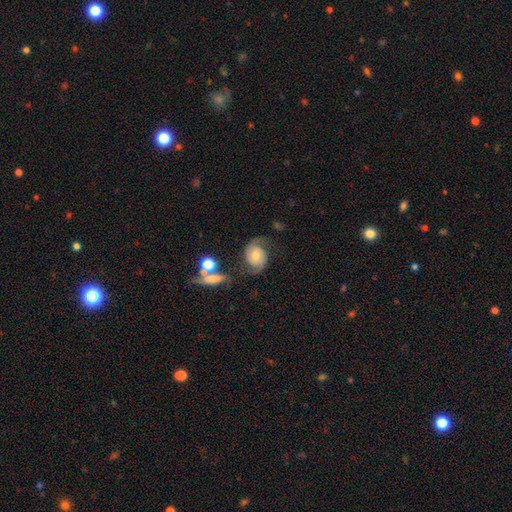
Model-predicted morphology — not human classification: A featured or disk galaxy (75%) with no bar (58%), 2 (90%) medium (48%) spiral arms (95%) and a moderate central bulge (54%).

Vote fractions:
- Smooth or featured? featured or disk: 75% / smooth: 17% / star or artifact: 7%
- Edge-on disk? no: 97% / yes: 3%
- Bar? no: 58% / weak: 33% / strong: 9%
- Spiral arms? yes: 95% / no: 5%
- Spiral winding? medium: 48% / loose: 31% / tight: 22%
- Spiral arm count? 2: 90% / can't tell: 4% / 1: 3% / 3: 1% / 4: 1% / more than 4: 1%
- Bulge size? moderate: 54% / small: 29% / large: 10% / none: 5% / dominant: 2%
- Merging? none: 64% / minor disturbance: 18% / major disturbance: 11% / merger: 6%